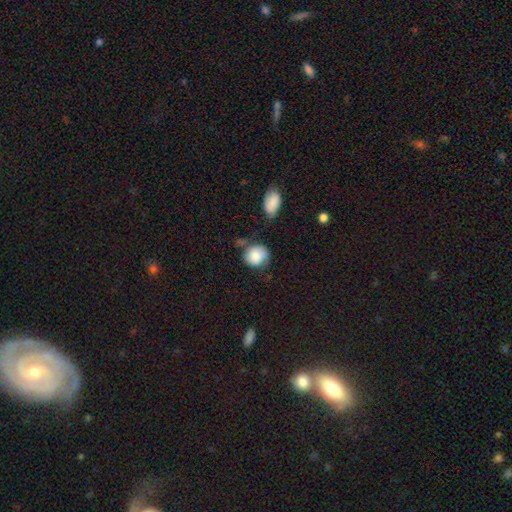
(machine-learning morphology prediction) type=smooth (84%); roundness=round (73%); merging=none (55%).